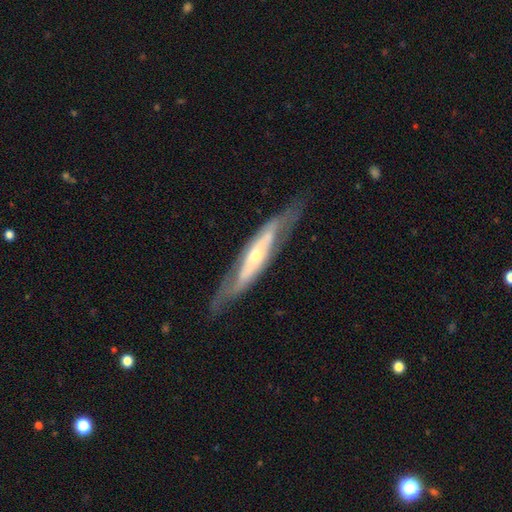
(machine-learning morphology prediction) This is likely a featured or disk galaxy (74%). It is possibly not viewed edge-on (53%). Merging: likely none (72%).